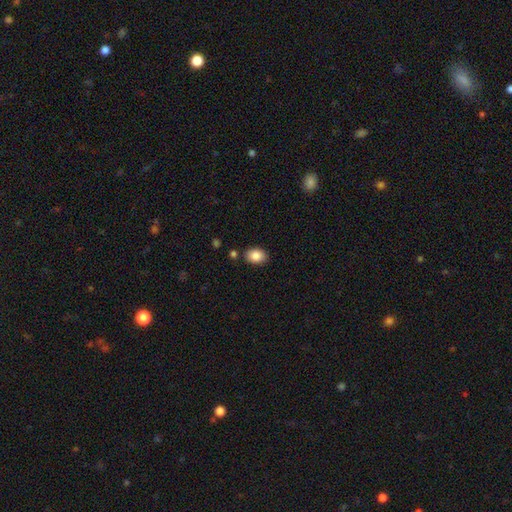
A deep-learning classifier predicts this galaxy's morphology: Overall: smooth (87%). How rounded: in between (71%). Merging: none (83%).